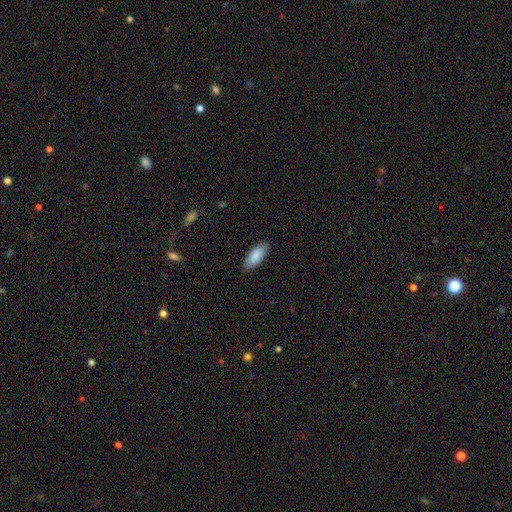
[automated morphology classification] Smooth or featured? smooth (88%)
How rounded? in between (74%)
Merging? none (86%)